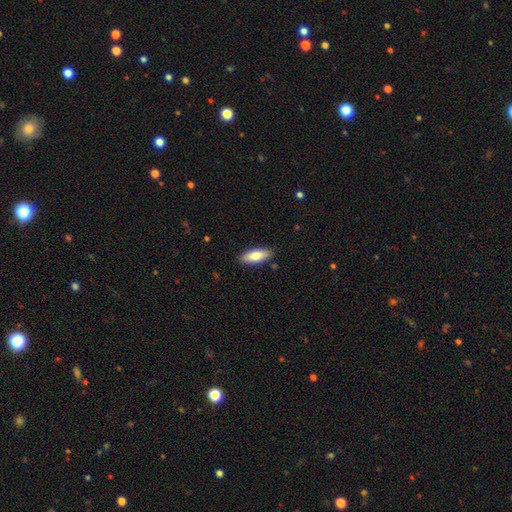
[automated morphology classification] smooth-or-featured: smooth: 79% | featured or disk: 15% | star or artifact: 6%
  how-rounded: in between: 76% | cigar-shaped: 22% | round: 2%
  merging: none: 88% | minor disturbance: 9% | major disturbance: 2% | merger: 1%